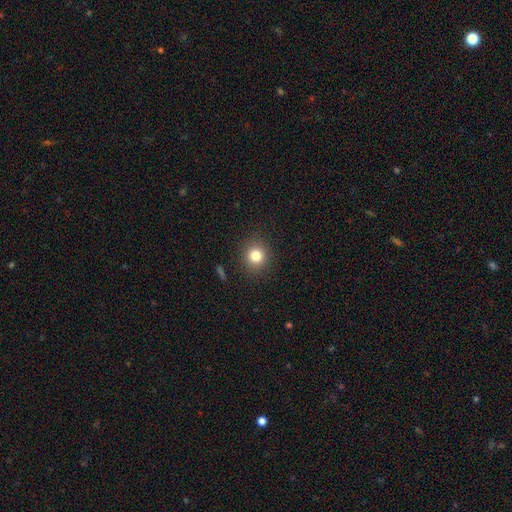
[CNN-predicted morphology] smooth 81%, star or artifact 12%, featured or disk 7%. Down the decision tree: how rounded — round (87%); merging — none (89%).